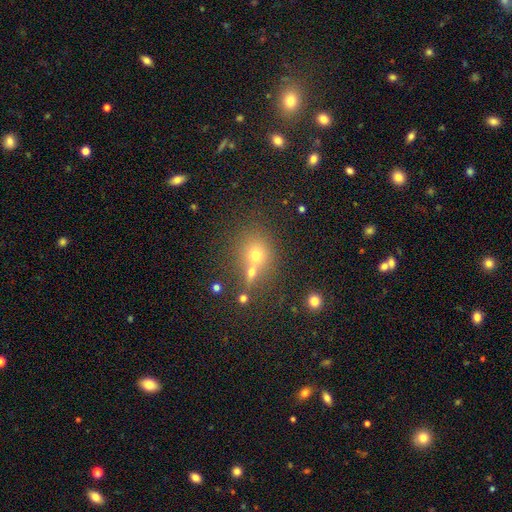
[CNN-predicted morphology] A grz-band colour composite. It shows a smooth galaxy with no disk features (64%) that is round (74%). Merging: none (46%).